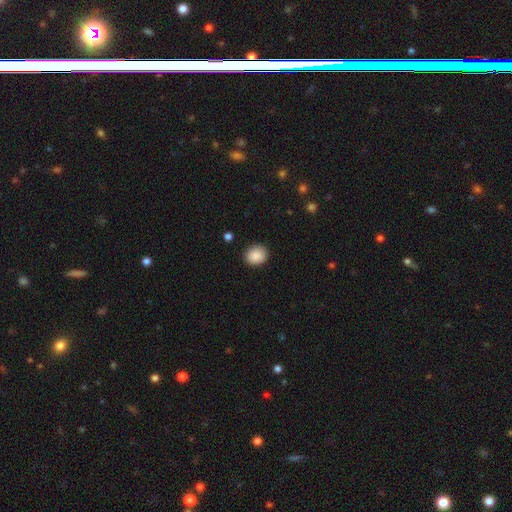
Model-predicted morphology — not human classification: smooth-or-featured: smooth: 89% | star or artifact: 8% | featured or disk: 3%
  how-rounded: round: 69% | in between: 30% | cigar-shaped: 1%
  merging: none: 88% | minor disturbance: 8% | major disturbance: 2% | merger: 1%